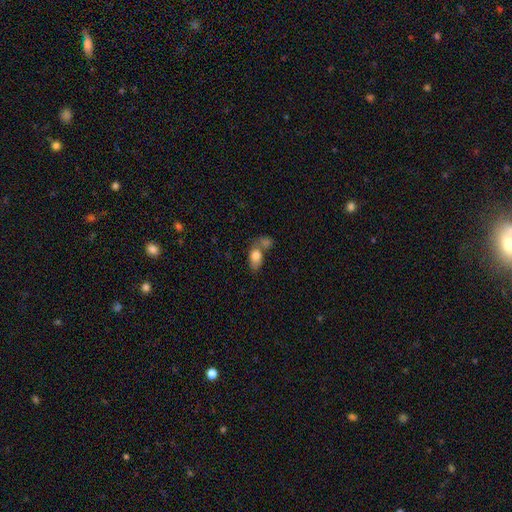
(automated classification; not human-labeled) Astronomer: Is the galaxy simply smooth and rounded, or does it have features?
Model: smooth — 80%.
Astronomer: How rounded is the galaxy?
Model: in between — 83%.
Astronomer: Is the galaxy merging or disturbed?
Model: merger — 47% (runner-up: none, 31%).